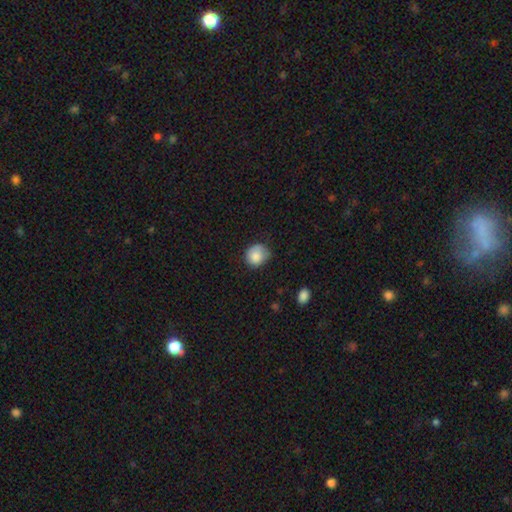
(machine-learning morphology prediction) A smooth galaxy with no disk features (83%) that is round (76%).

Vote fractions:
- Smooth or featured? smooth: 83% / featured or disk: 9% / star or artifact: 8%
- How rounded? round: 76% / in between: 23% / cigar-shaped: 1%
- Merging? none: 56% / minor disturbance: 34% / major disturbance: 8% / merger: 2%